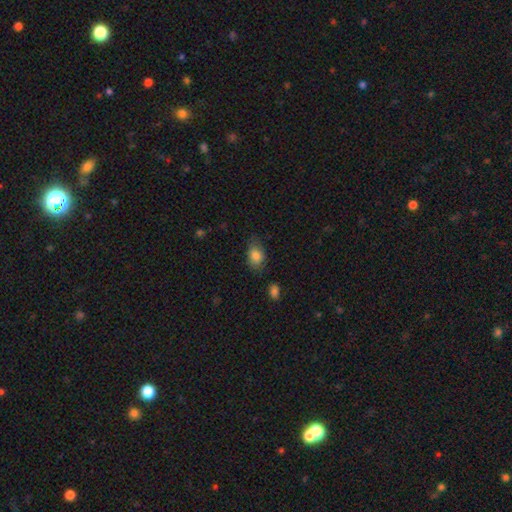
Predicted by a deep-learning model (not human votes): smooth 83%, featured or disk 9%, star or artifact 9%. Down the decision tree: how rounded — in between (80%); merging — none (71%).